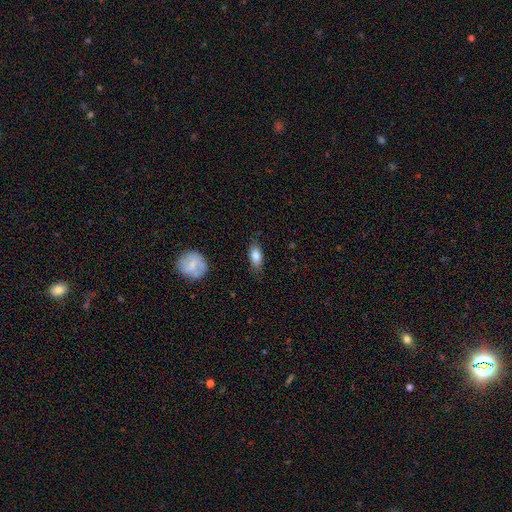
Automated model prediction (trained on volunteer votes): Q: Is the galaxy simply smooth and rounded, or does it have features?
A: smooth — 82%.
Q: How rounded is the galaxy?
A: in between — 85%.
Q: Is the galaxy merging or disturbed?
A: none — 79%.